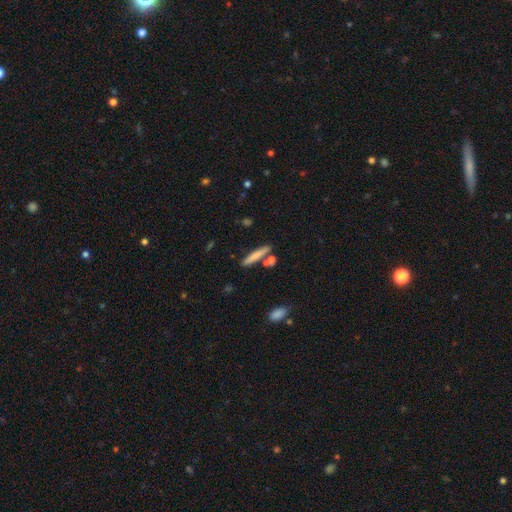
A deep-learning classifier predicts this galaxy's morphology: smooth_or_featured: smooth (p=0.73) [alt: featured or disk p=0.20]
how_rounded: cigar-shaped (p=0.90) [alt: in between p=0.08]
merging: none (p=0.76) [alt: merger p=0.11]